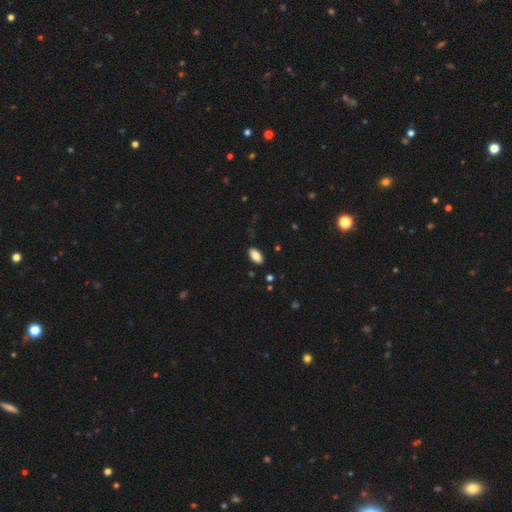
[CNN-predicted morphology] This appears to be a smooth galaxy with no disk features (87%) that is in between round and cigar-shaped (93%). Merging: none (87%).